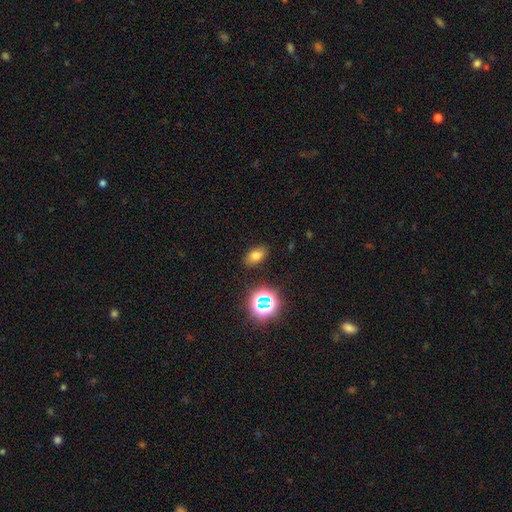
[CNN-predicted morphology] type=smooth (69%); roundness=in between (84%); merging=none (86%).